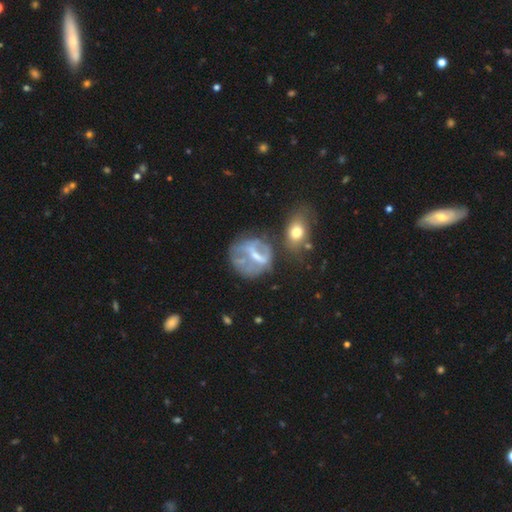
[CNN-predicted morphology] The model was most divided on "bar": weak: 36%, strong: 32%, no: 32%. Remaining: edge-on disk — no (95%); spiral arms — no (68%); smooth or featured — featured or disk (60%); merging — none (41%); bulge size — small (39%).